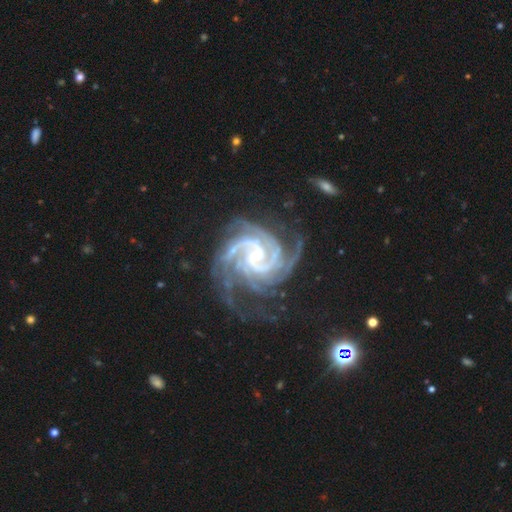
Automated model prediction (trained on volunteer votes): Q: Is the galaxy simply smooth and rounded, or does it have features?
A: featured or disk — 94%.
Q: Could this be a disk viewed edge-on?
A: no — 98%.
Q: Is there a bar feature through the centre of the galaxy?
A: no — 47%.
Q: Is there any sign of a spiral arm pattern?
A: yes — 99%.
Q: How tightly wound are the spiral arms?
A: tight — 64%.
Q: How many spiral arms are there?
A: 3 — 30%.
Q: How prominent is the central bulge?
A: small — 70%.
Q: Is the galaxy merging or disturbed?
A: none — 66%.